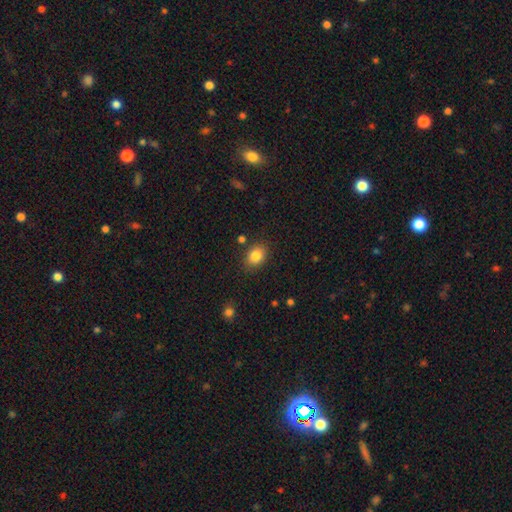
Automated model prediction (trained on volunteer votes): Smooth or featured: smooth — 84% (star or artifact — 9%)
How rounded: in between — 63% (round — 36%)
Merging: none — 84% (minor disturbance — 11%)